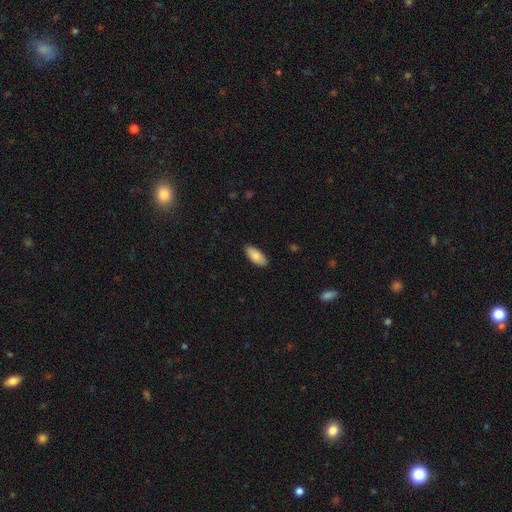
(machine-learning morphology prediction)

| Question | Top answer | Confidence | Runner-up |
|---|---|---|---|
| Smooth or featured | smooth | 86% | featured or disk (9%) |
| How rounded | in between | 89% | cigar-shaped (9%) |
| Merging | none | 88% | minor disturbance (9%) |